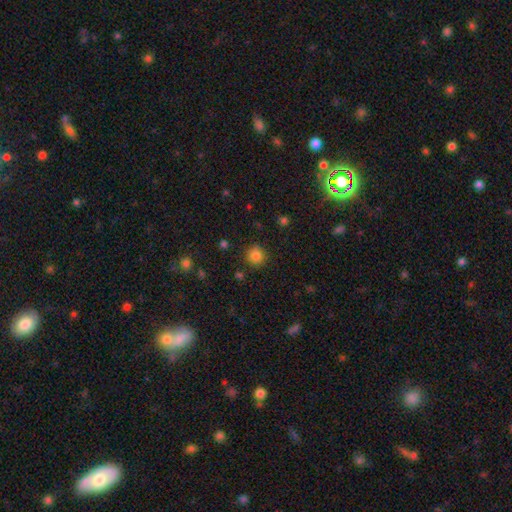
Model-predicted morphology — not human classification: A smooth galaxy with no disk features (84%) that is round (92%). Merging: none (87%).